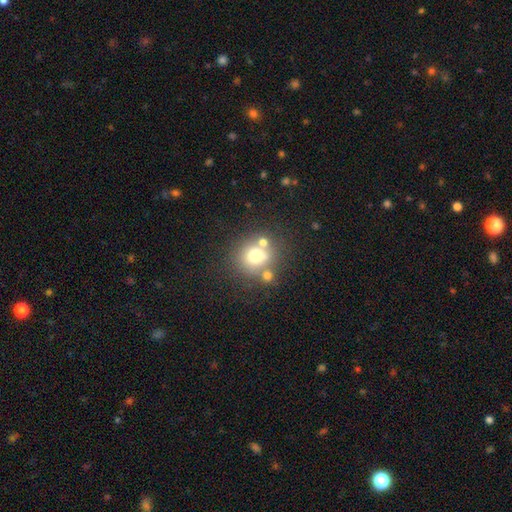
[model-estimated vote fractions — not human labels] A smooth galaxy with no disk features (66%) that is round (84%). Merging: none (59%).